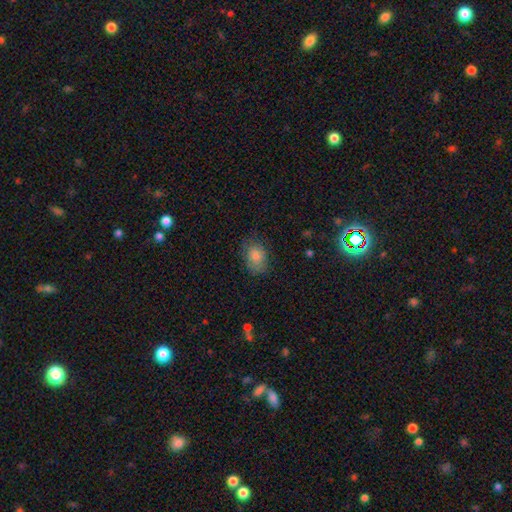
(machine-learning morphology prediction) The model was most divided on "how rounded": in between: 65%, round: 34%, cigar-shaped: 1%. More confident: merging — none (73%); smooth or featured — smooth (71%).